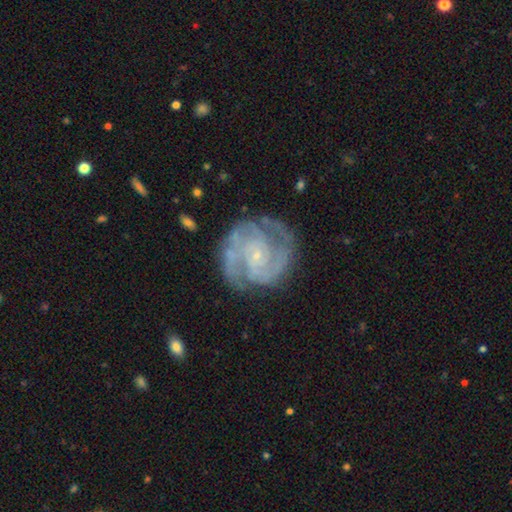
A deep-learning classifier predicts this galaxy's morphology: smooth-or-featured: featured or disk: 88% | smooth: 7% | star or artifact: 5%
  disk-edge-on: no: 98% | yes: 2%
    bar: no: 62% | weak: 30% | strong: 8%
    has-spiral-arms: yes: 96% | no: 4%
      spiral-winding: tight: 56% | medium: 37% | loose: 7%
      spiral-arm-count: 2: 49% | 3: 21% | can't tell: 15% | 4: 6% | 1: 5% | more than 4: 4%
    bulge-size: small: 84% | moderate: 9% | none: 5% | large: 1% | dominant: 1%
  merging: none: 73% | minor disturbance: 17% | major disturbance: 8% | merger: 2%